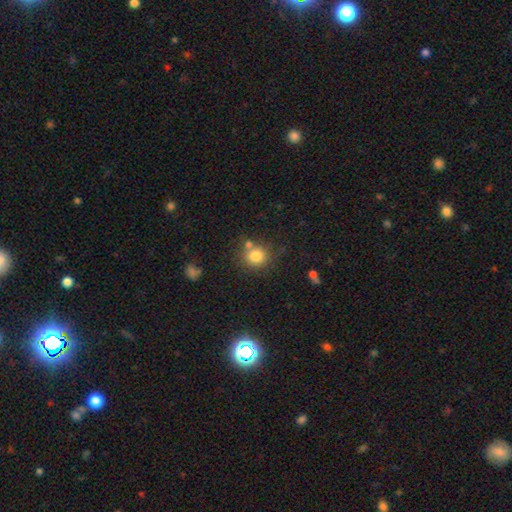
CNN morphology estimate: Overall: smooth (81%). How rounded: round (86%). Merging: none (68%).